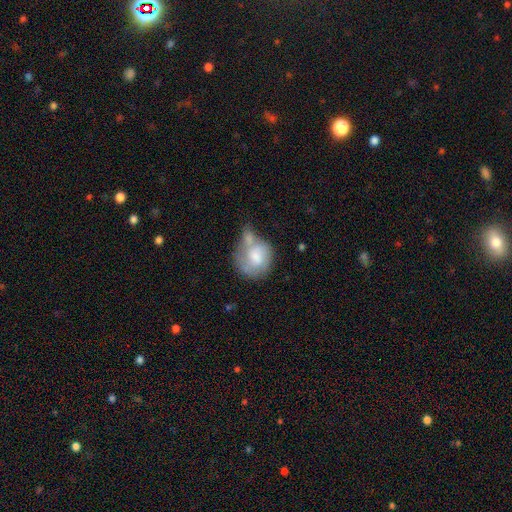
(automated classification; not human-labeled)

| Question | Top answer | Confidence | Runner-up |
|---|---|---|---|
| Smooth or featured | smooth | 57% | featured or disk (37%) |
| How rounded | round | 68% | in between (31%) |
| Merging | merger | 41% | none (24%) |